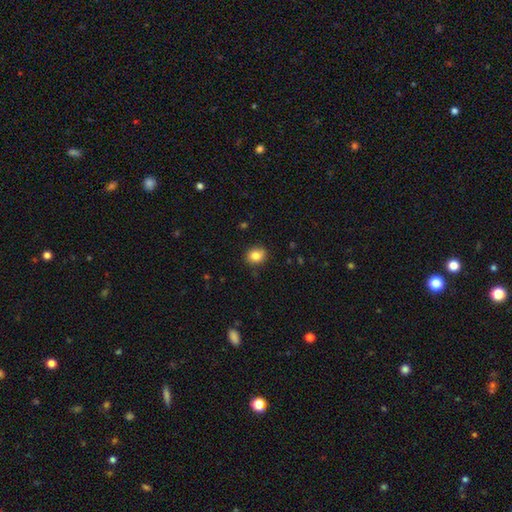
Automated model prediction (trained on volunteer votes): Smooth or featured: smooth — 84% (star or artifact — 10%)
How rounded: round — 60% (in between — 39%)
Merging: none — 84% (minor disturbance — 12%)